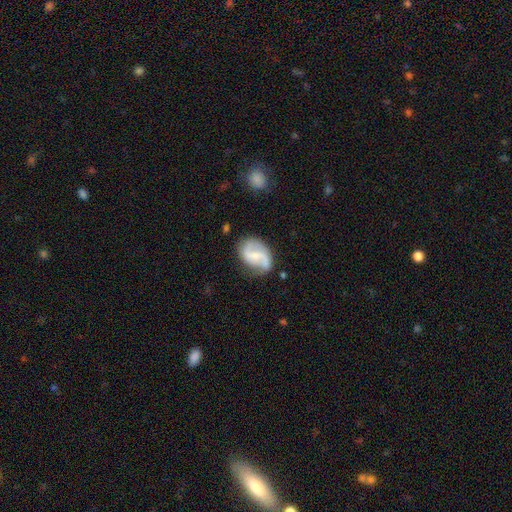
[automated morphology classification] Smooth or featured? Predicted: featured or disk (p=0.76). Edge-on disk? Predicted: no (p=0.98). Bar? Predicted: weak (p=0.49). Spiral arms? Predicted: yes (p=0.94). Spiral winding? Predicted: loose (p=0.49). Spiral arm count? Predicted: 2 (p=0.87). Bulge size? Predicted: small (p=0.52). Merging? Predicted: none (p=0.68).